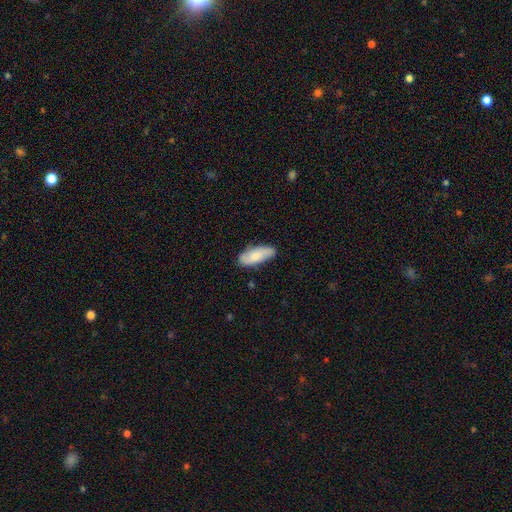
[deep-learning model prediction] This appears to be a smooth galaxy with no disk features (72%) that is in between round and cigar-shaped (77%). Merging: none (76%).